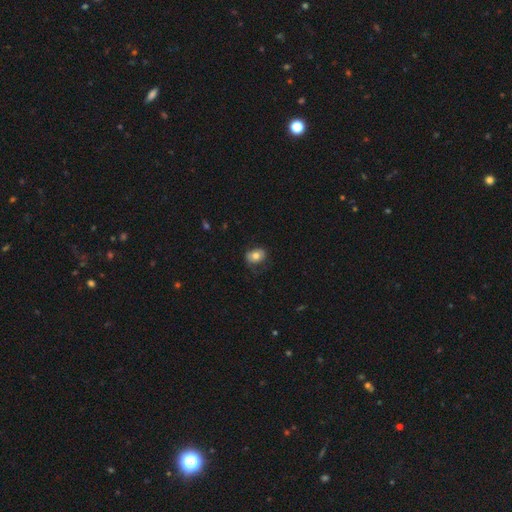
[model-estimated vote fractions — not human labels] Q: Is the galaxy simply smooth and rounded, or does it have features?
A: smooth — 71%.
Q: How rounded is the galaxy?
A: in between — 58%.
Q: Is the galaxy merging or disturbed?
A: none — 71%.